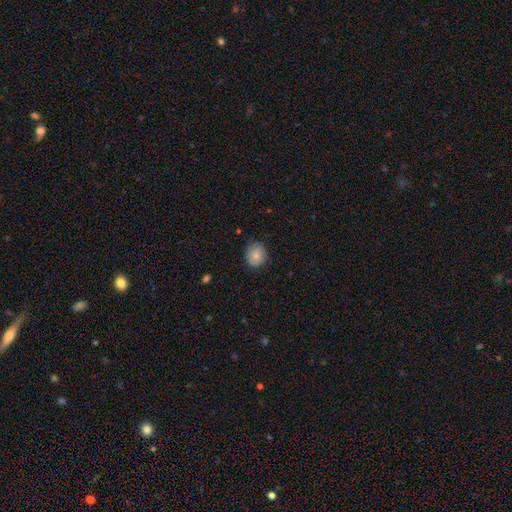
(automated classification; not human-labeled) smooth_or_featured: smooth (p=0.80) [alt: featured or disk p=0.12]
how_rounded: round (p=0.76) [alt: in between p=0.23]
merging: none (p=0.77) [alt: minor disturbance p=0.19]